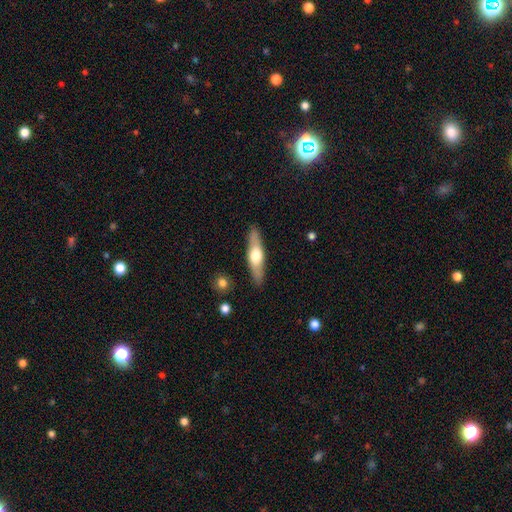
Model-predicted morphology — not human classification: The model was most divided on "smooth or featured": featured or disk: 51%, smooth: 44%, star or artifact: 5%. More confident: edge-on disk — yes (89%); merging — none (88%).